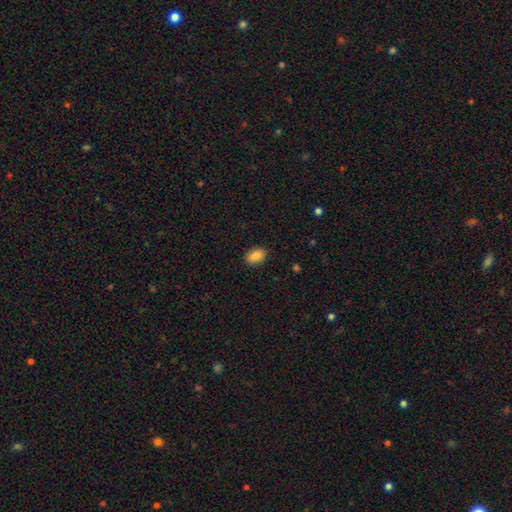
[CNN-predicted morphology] smooth-or-featured: smooth: 85% | star or artifact: 8% | featured or disk: 7%
  how-rounded: in between: 84% | round: 15% | cigar-shaped: 1%
  merging: none: 90% | minor disturbance: 8% | major disturbance: 2% | merger: 1%